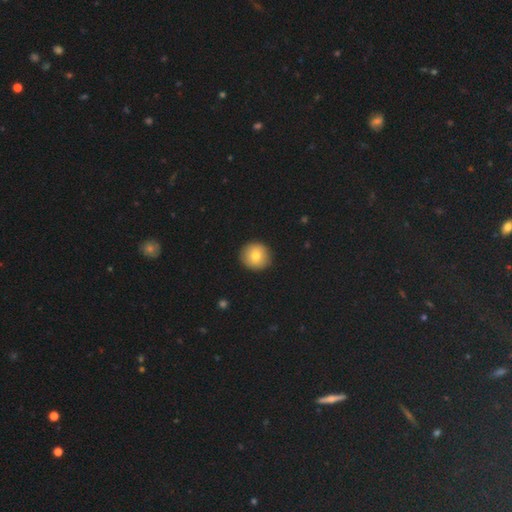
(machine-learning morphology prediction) This is likely a smooth galaxy (76%). How rounded: clearly round (94%). Merging: clearly none (92%).